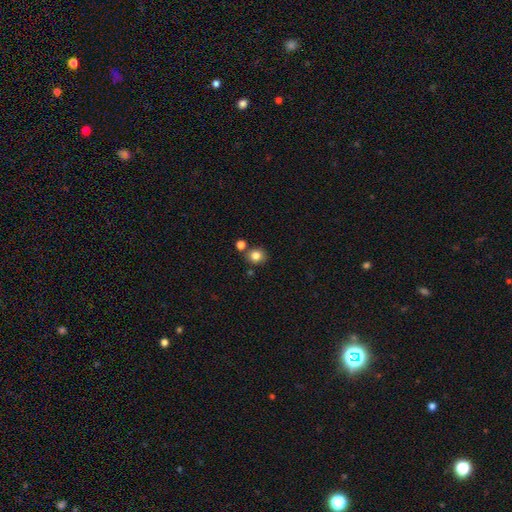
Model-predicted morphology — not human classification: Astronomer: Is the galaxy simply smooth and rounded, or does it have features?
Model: smooth — 82%.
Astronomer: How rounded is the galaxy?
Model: round — 82%.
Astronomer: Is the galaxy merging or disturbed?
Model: none — 76%.